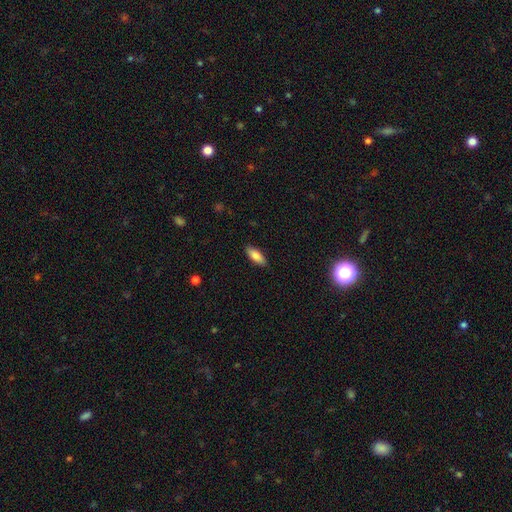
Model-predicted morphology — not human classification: Smooth or featured: smooth — 82% (featured or disk — 11%)
How rounded: in between — 75% (cigar-shaped — 22%)
Merging: none — 88% (minor disturbance — 9%)